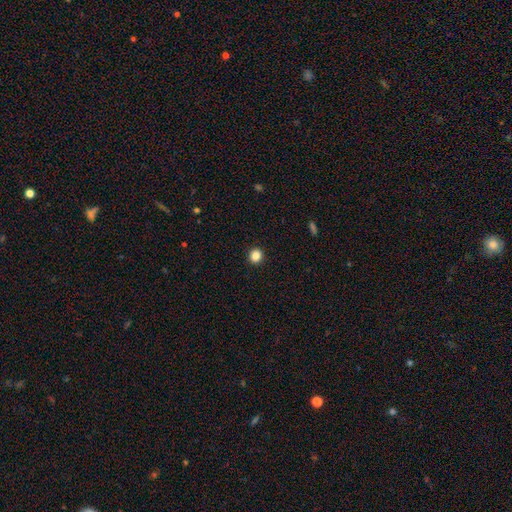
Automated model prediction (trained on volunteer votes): A smooth galaxy with no disk features (85%) that is round (87%).

Vote fractions:
- Smooth or featured? smooth: 85% / star or artifact: 11% / featured or disk: 4%
- How rounded? round: 87% / in between: 12% / cigar-shaped: 1%
- Merging? none: 93% / minor disturbance: 4% / major disturbance: 2% / merger: 1%